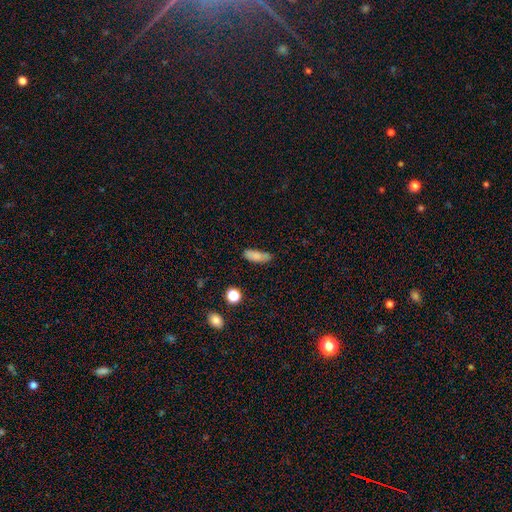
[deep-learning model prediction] Overall: smooth (81%). How rounded: in between (64%; cigar-shaped 32%). Merging: none (63%; minor disturbance 25%).